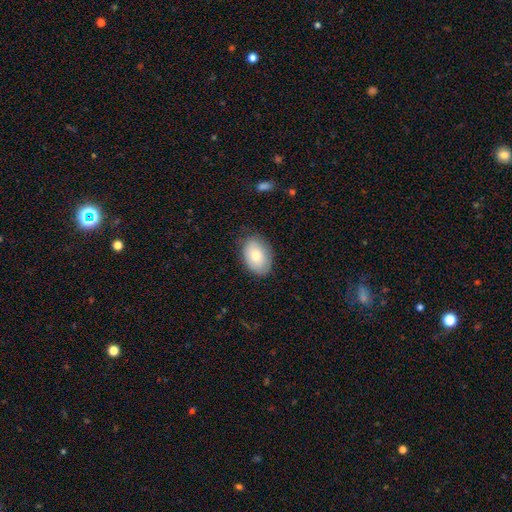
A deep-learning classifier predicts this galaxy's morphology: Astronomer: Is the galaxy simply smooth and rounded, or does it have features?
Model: smooth — 79%.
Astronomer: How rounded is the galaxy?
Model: in between — 86%.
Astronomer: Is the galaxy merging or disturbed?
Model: none — 81%.